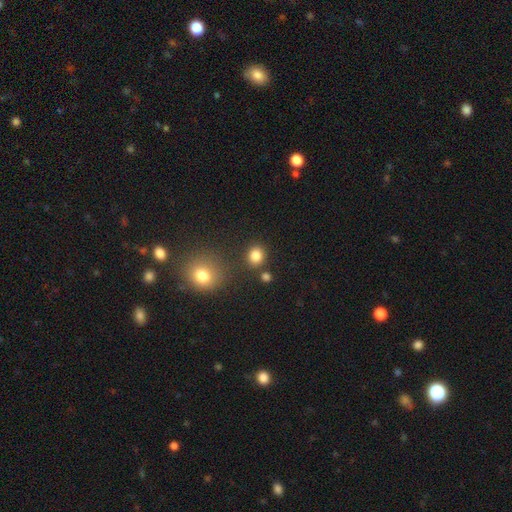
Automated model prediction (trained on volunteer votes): smooth-or-featured: smooth: 83% | star or artifact: 12% | featured or disk: 5%
  how-rounded: round: 76% | in between: 23% | cigar-shaped: 1%
  merging: none: 81% | minor disturbance: 8% | merger: 8% | major disturbance: 3%